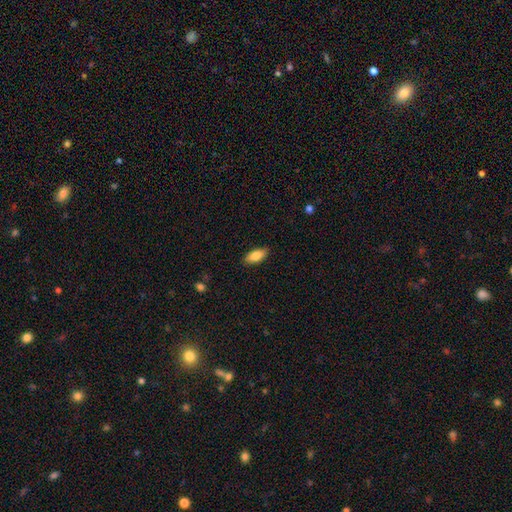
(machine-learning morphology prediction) Smooth or featured: smooth — 84% (featured or disk — 9%)
How rounded: in between — 85% (cigar-shaped — 13%)
Merging: none — 88% (minor disturbance — 9%)